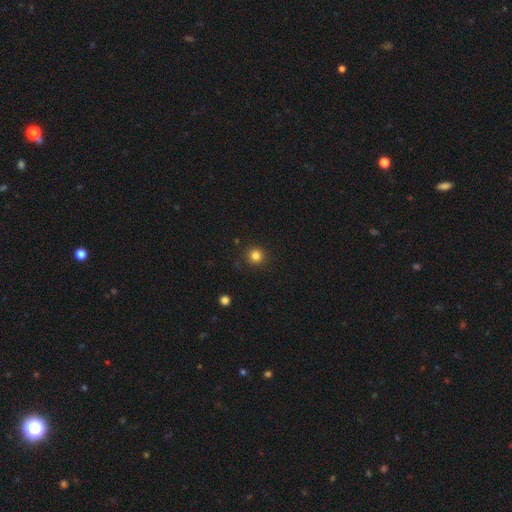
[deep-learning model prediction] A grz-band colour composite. It shows a smooth galaxy with no disk features (83%) that is round (95%). Merging: none (90%).